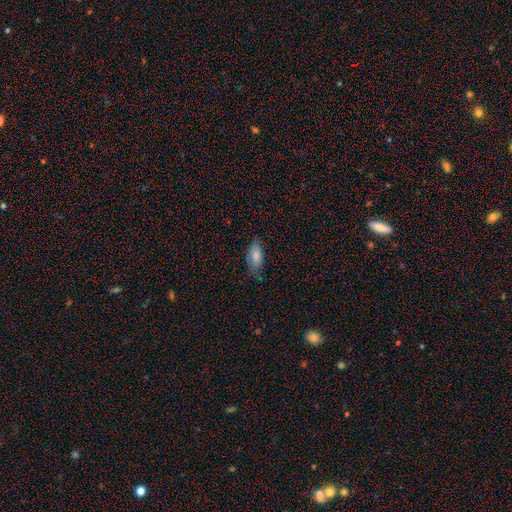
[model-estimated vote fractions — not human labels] This appears to be a smooth galaxy with no disk features (79%) that is in between round and cigar-shaped (87%). Merging: none (67%).